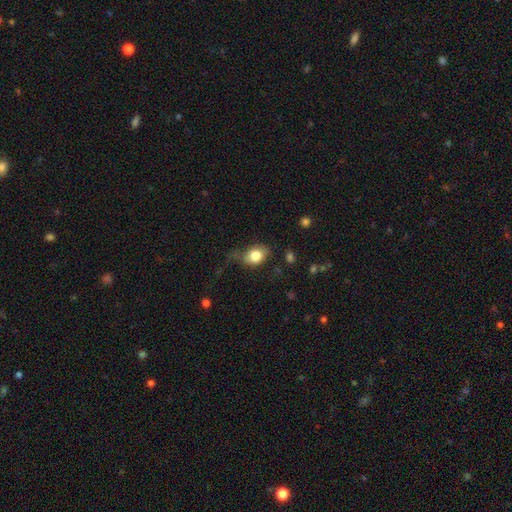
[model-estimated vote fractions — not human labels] smooth_or_featured: smooth (p=0.81) [alt: featured or disk p=0.11]
how_rounded: in between (p=0.63) [alt: round p=0.36]
merging: none (p=0.44) [alt: minor disturbance p=0.33]